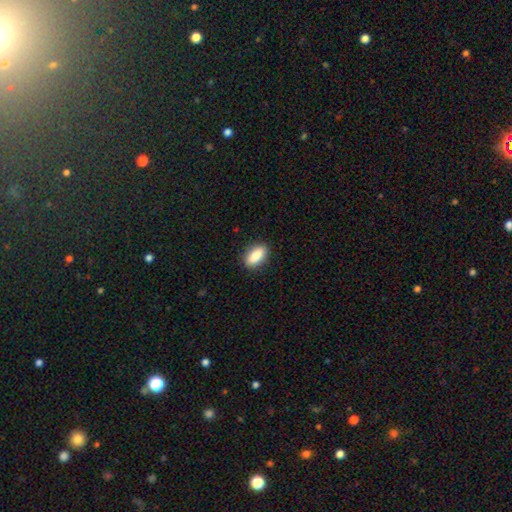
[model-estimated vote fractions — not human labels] Smooth or featured? smooth (88%)
How rounded? in between (88%)
Merging? none (88%)